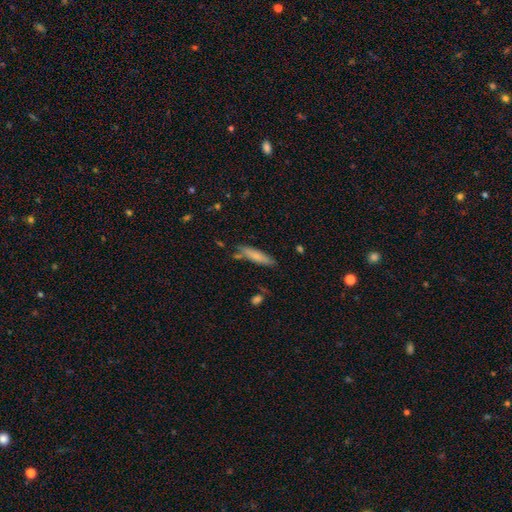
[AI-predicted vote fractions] smooth_or_featured: smooth (p=0.74) [alt: featured or disk p=0.19]
how_rounded: cigar-shaped (p=0.77) [alt: in between p=0.22]
merging: none (p=0.74) [alt: minor disturbance p=0.16]